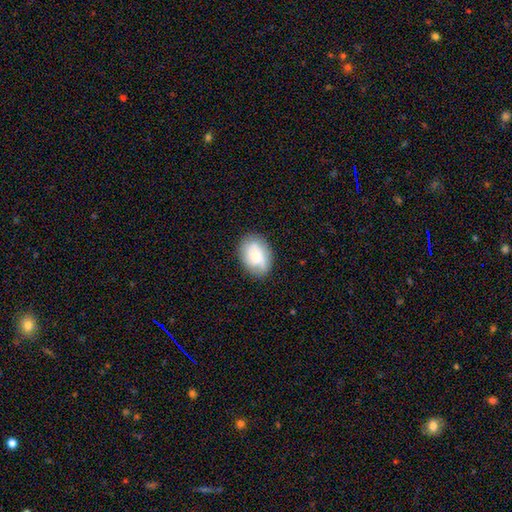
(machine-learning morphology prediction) This appears to be a smooth galaxy with no disk features (67%) that is in between round and cigar-shaped (78%). Merging: none (77%).